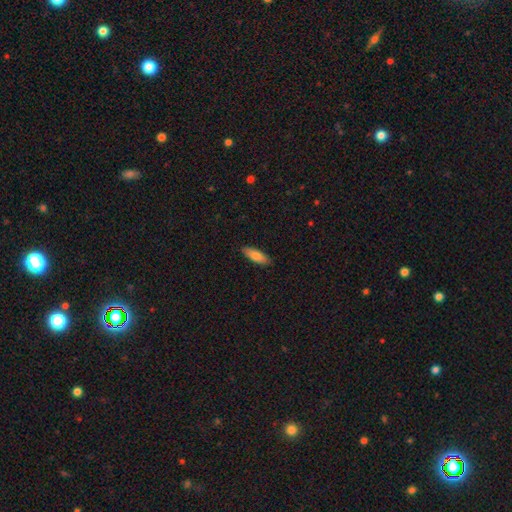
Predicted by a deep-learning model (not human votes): This is clearly a smooth galaxy (81%). How rounded: possibly in between (56%). Merging: clearly none (89%).